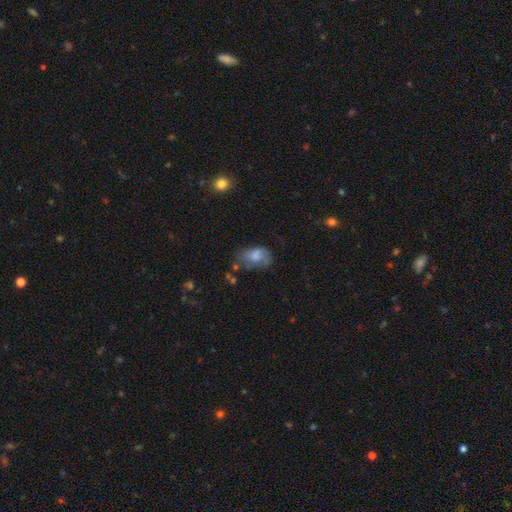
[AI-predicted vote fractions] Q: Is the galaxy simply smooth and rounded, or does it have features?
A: smooth — 65%.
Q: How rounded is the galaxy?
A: in between — 87%.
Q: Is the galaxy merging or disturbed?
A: none — 41%.